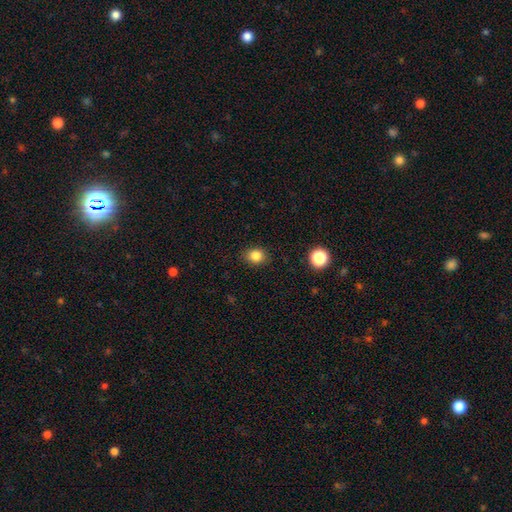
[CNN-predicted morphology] smooth 84%, star or artifact 11%, featured or disk 5%. Down the decision tree: how rounded — round (54%); merging — none (87%).